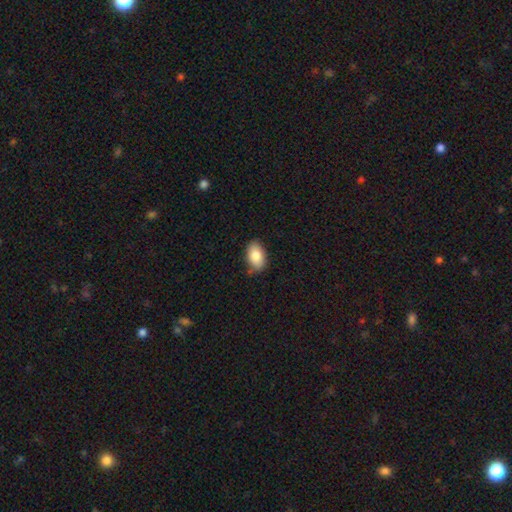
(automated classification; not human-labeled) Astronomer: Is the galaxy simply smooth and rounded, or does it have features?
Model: smooth — 83%.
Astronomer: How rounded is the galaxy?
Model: in between — 91%.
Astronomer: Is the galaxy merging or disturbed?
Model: none — 76%.